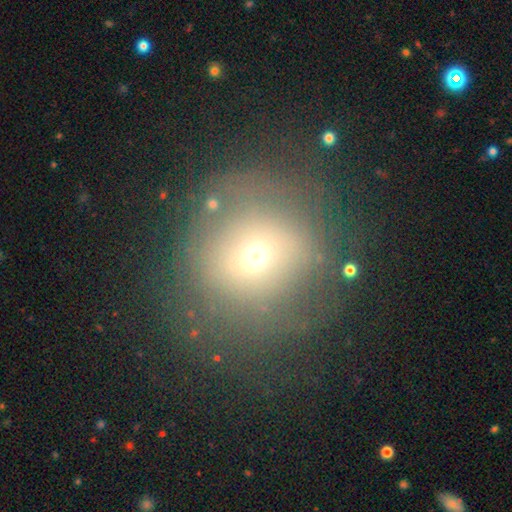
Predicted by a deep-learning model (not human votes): This appears to be a smooth galaxy with no disk features (59%) that is round (90%). Merging: none (70%).